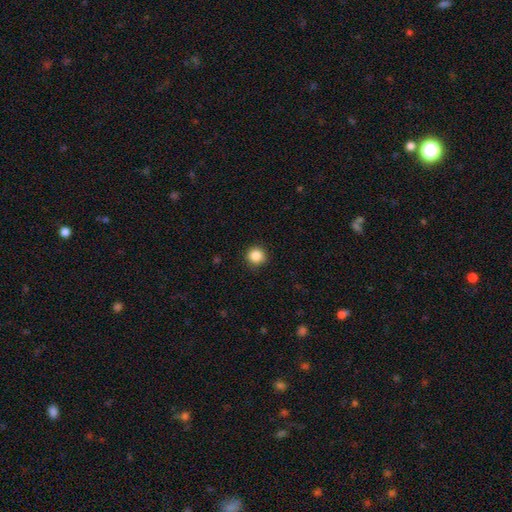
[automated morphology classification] smooth-or-featured: smooth: 87% | star or artifact: 10% | featured or disk: 3%
  how-rounded: round: 94% | in between: 5% | cigar-shaped: 1%
  merging: none: 90% | minor disturbance: 7% | major disturbance: 2% | merger: 1%